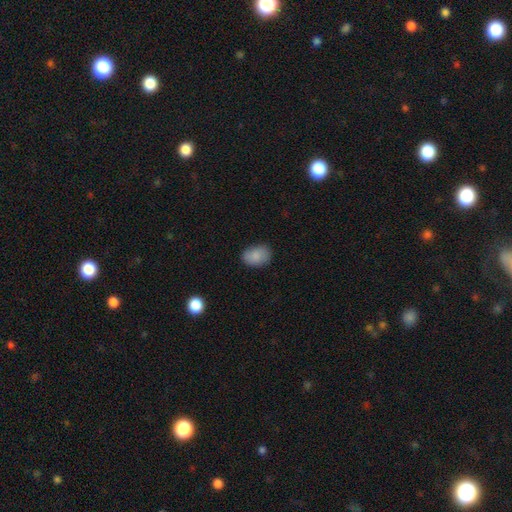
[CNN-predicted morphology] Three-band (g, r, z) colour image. It shows a smooth galaxy with no disk features (87%) that is in between round and cigar-shaped (78%). Merging: none (82%).